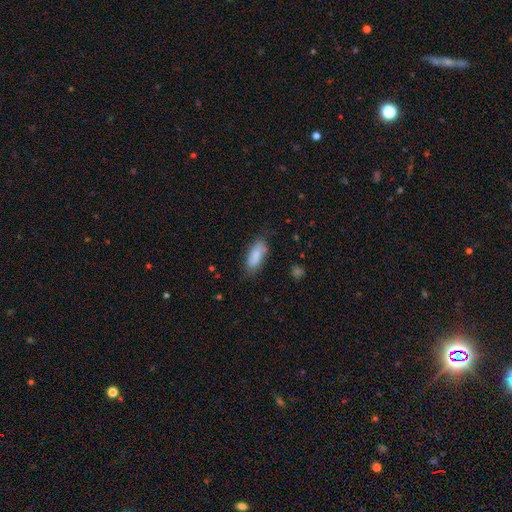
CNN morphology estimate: Smooth or featured? Predicted: smooth (p=0.86). How rounded? Predicted: in between (p=0.77). Merging? Predicted: none (p=0.76).